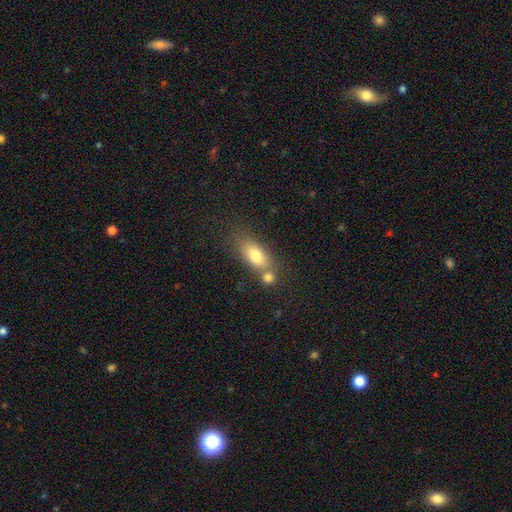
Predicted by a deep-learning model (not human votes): A smooth galaxy with no disk features (77%) that is in between round and cigar-shaped (78%). Merging: none (47%).